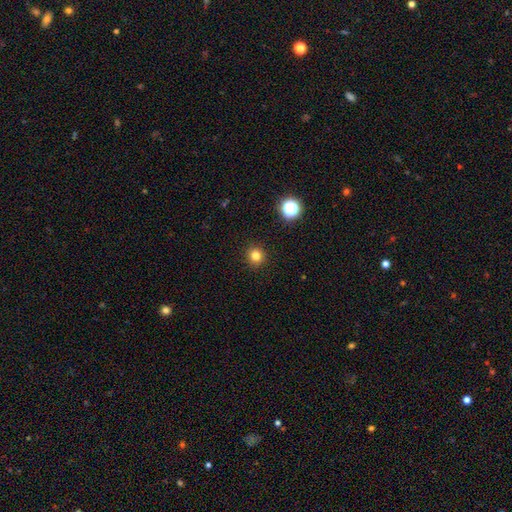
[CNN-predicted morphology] Overall: smooth (80%). How rounded: round (93%). Merging: none (92%).